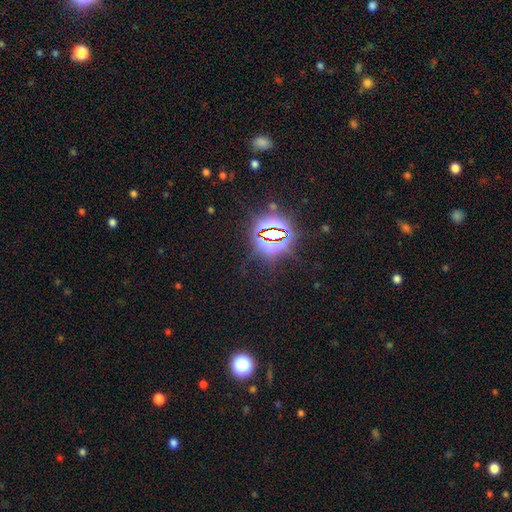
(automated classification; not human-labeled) This appears to be a star or artifact, not a galaxy (82%).